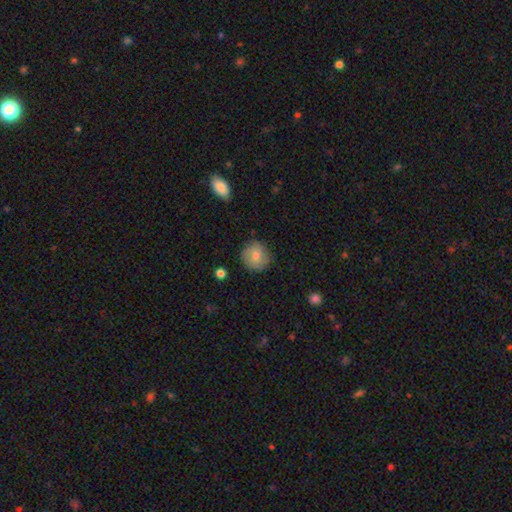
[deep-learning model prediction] Morphology: type=smooth (72%); roundness=round (89%); merging=none (82%).